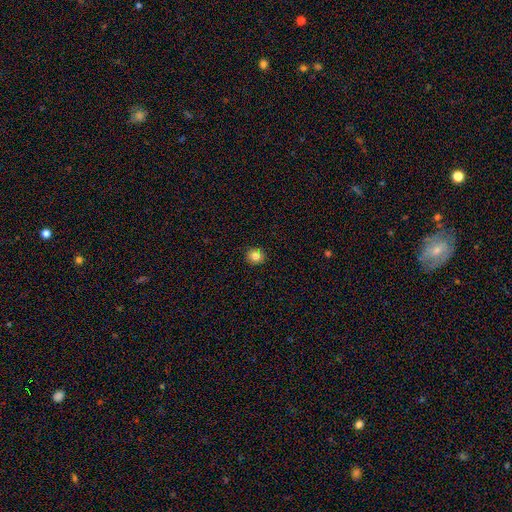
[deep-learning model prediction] A smooth galaxy with no disk features (83%) that is round (92%).

Vote fractions:
- Smooth or featured? smooth: 83% / star or artifact: 11% / featured or disk: 6%
- How rounded? round: 92% / in between: 7% / cigar-shaped: 1%
- Merging? none: 92% / minor disturbance: 6% / major disturbance: 2% / merger: 1%